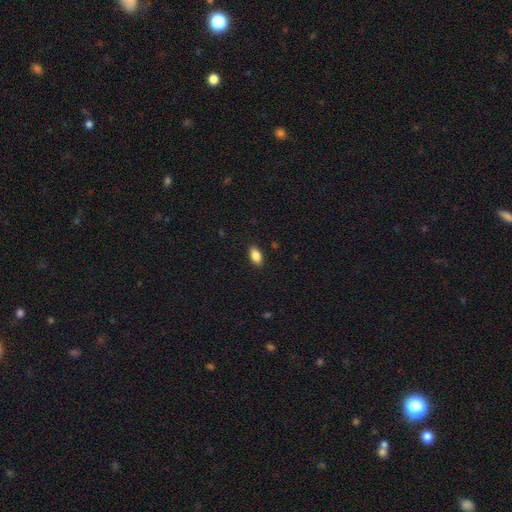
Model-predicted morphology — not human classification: smooth_or_featured: smooth (p=0.86) [alt: star or artifact p=0.08]
how_rounded: in between (p=0.91) [alt: cigar-shaped p=0.04]
merging: none (p=0.89) [alt: minor disturbance p=0.08]